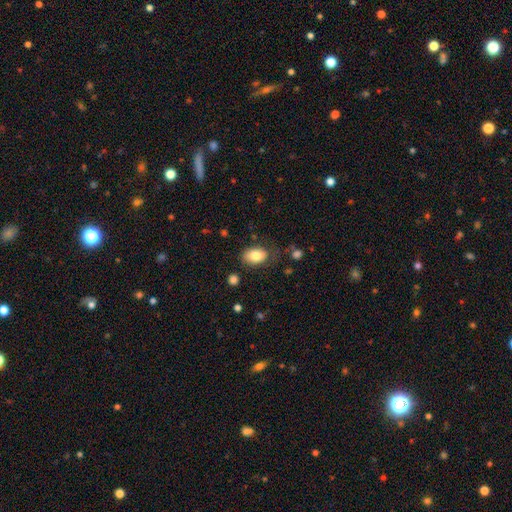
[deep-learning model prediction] A smooth galaxy with no disk features (80%) that is in between round and cigar-shaped (87%).

Vote fractions:
- Smooth or featured? smooth: 80% / featured or disk: 12% / star or artifact: 8%
- How rounded? in between: 87% / round: 12% / cigar-shaped: 1%
- Merging? none: 71% / minor disturbance: 20% / major disturbance: 6% / merger: 3%